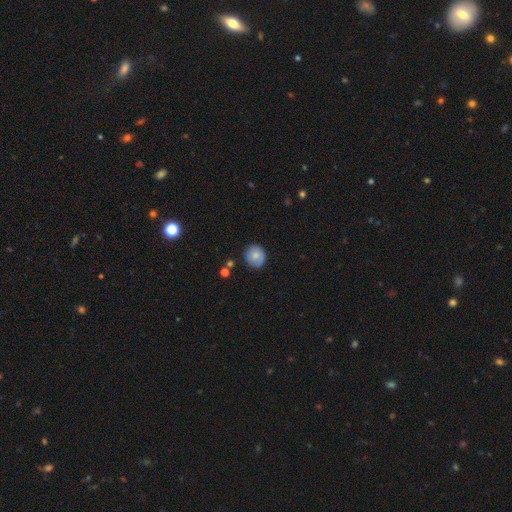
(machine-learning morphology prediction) Smooth or featured? smooth (73%)
How rounded? round (89%)
Merging? none (78%)